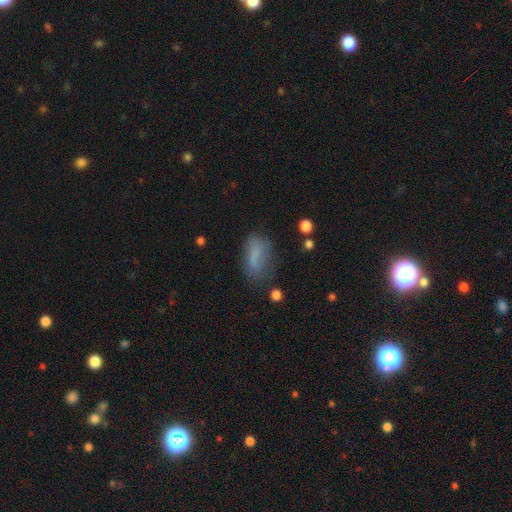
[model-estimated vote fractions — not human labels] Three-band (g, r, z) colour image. It shows a smooth galaxy with no disk features (74%) that is in between round and cigar-shaped (82%). Merging: none (55%).